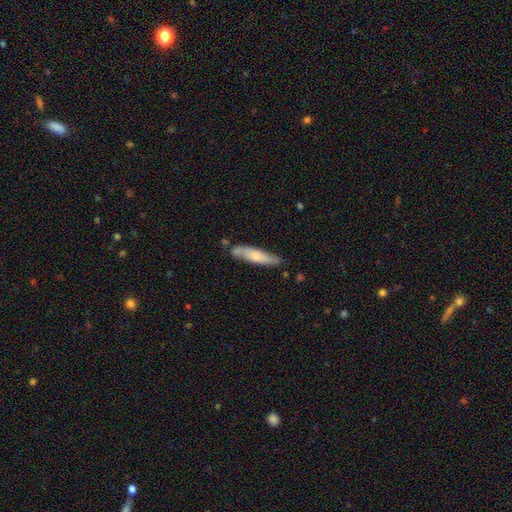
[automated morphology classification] Q: Smooth or featured?
A: smooth (62%); runner-up: featured or disk (33%)
Q: How rounded?
A: cigar-shaped (81%); runner-up: in between (18%)
Q: Merging?
A: none (73%); runner-up: minor disturbance (19%)